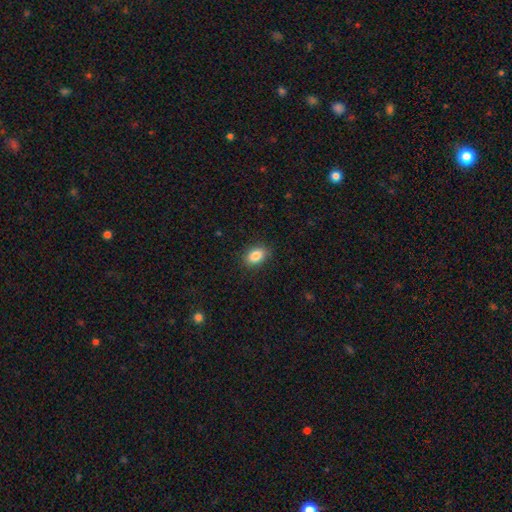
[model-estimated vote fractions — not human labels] Q: Smooth or featured?
A: smooth (86%); runner-up: star or artifact (8%)
Q: How rounded?
A: in between (84%); runner-up: round (14%)
Q: Merging?
A: none (88%); runner-up: minor disturbance (9%)